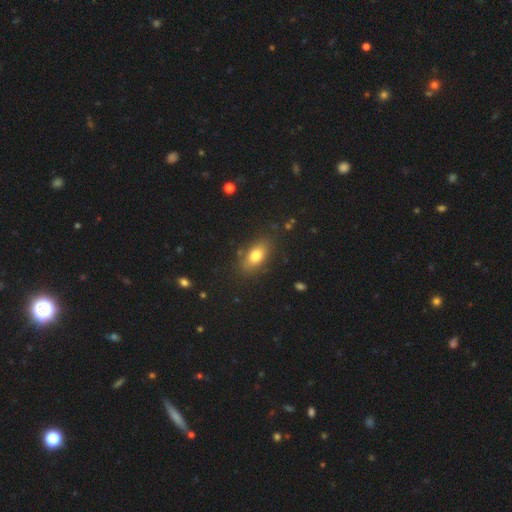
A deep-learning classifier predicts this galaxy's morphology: Smooth or featured: smooth — 78% (featured or disk — 13%)
How rounded: in between — 87% (round — 8%)
Merging: none — 83% (minor disturbance — 11%)